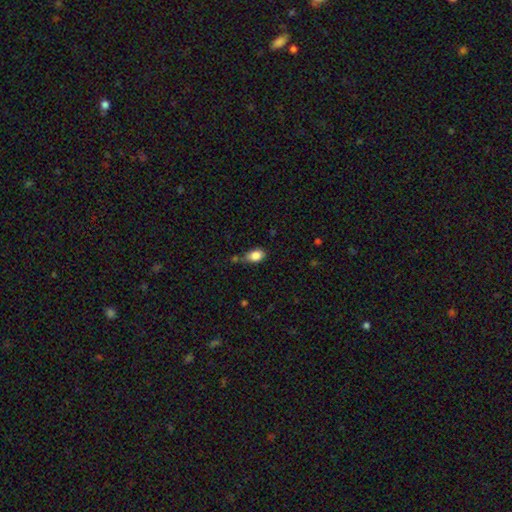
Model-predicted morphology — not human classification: This appears to be a smooth galaxy with no disk features (85%) that is in between round and cigar-shaped (84%). Merging: none (54%).